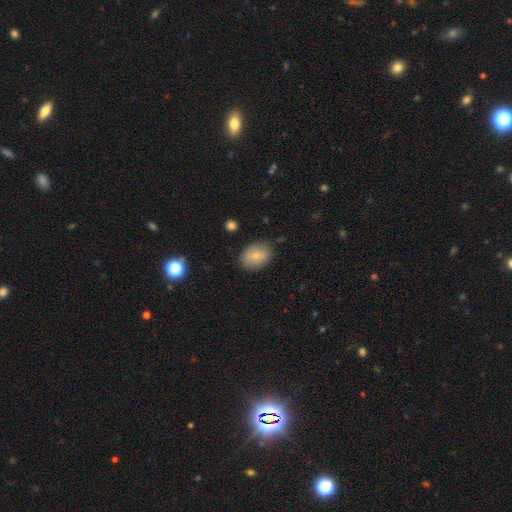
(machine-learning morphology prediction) Smooth or featured?
  - smooth: 76% *
  - featured or disk: 16%
  - star or artifact: 8%
How rounded?
  - in between: 70% *
  - round: 29%
  - cigar-shaped: 1%
Merging?
  - none: 79% *
  - minor disturbance: 16%
  - major disturbance: 4%
  - merger: 2%